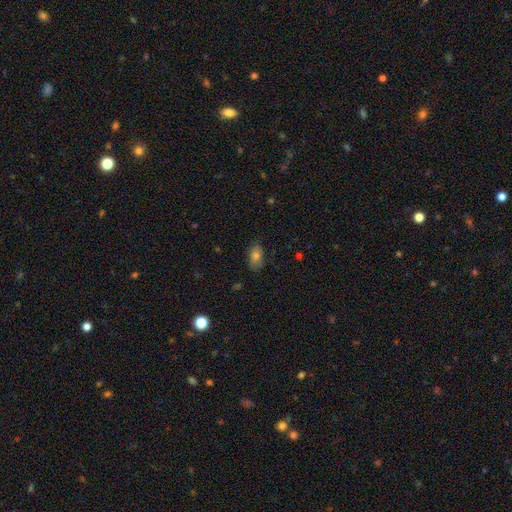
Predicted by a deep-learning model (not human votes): The model was most divided on "smooth or featured": smooth: 74%, featured or disk: 15%, star or artifact: 11%. More confident: how rounded — in between (89%); merging — none (80%).